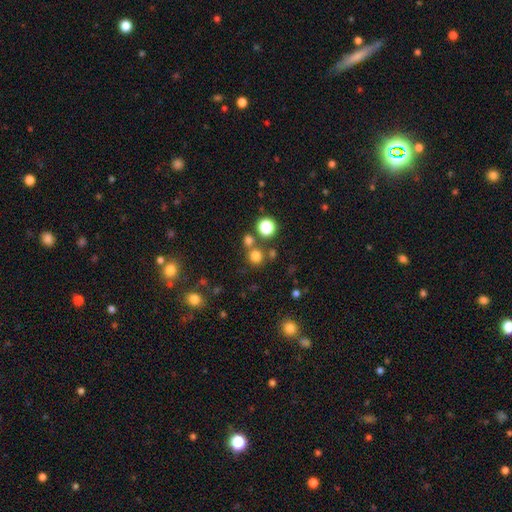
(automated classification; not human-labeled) Smooth or featured? smooth (74%)
How rounded? round (91%)
Merging? none (72%)